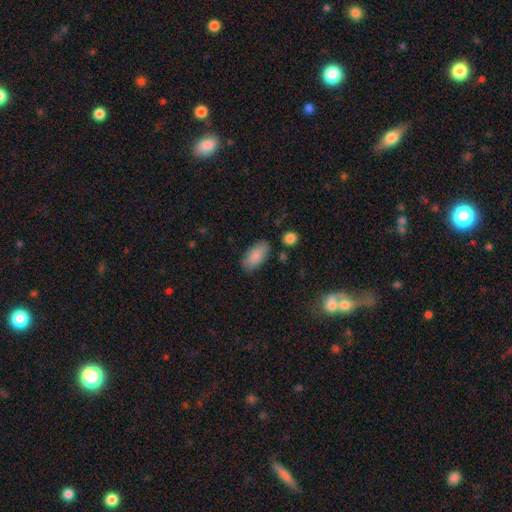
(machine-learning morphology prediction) smooth_or_featured: smooth (p=0.86) [alt: featured or disk p=0.07]
how_rounded: in between (p=0.90) [alt: cigar-shaped p=0.07]
merging: none (p=0.82) [alt: minor disturbance p=0.13]